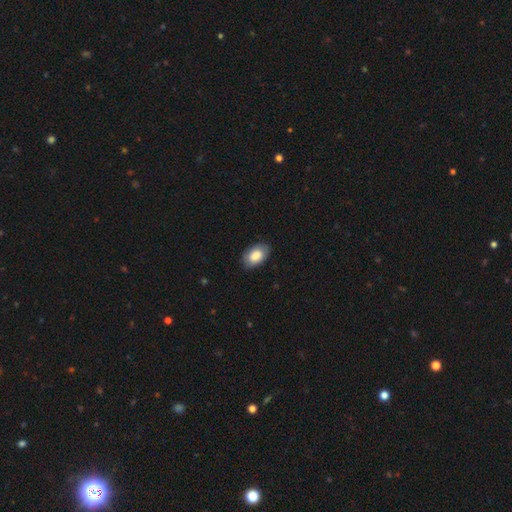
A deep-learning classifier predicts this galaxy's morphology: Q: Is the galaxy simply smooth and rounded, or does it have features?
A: smooth — 84%.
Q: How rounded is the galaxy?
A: in between — 93%.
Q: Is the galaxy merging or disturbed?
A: none — 83%.